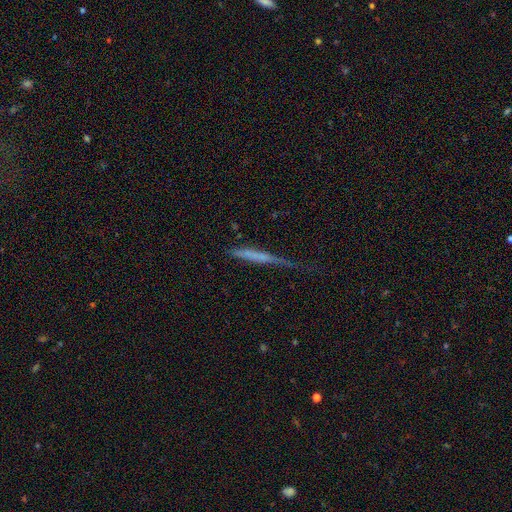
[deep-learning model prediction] This is possibly a smooth galaxy (48%). Merging: possibly none (55%).